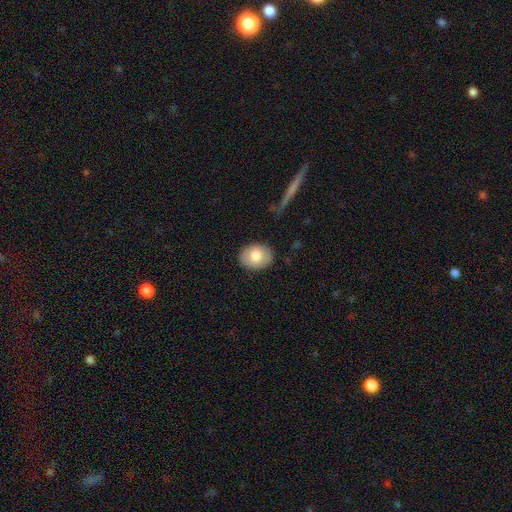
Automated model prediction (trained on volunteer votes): Q: Smooth or featured?
A: smooth (75%); runner-up: featured or disk (19%)
Q: How rounded?
A: in between (63%); runner-up: round (36%)
Q: Merging?
A: none (87%); runner-up: minor disturbance (10%)